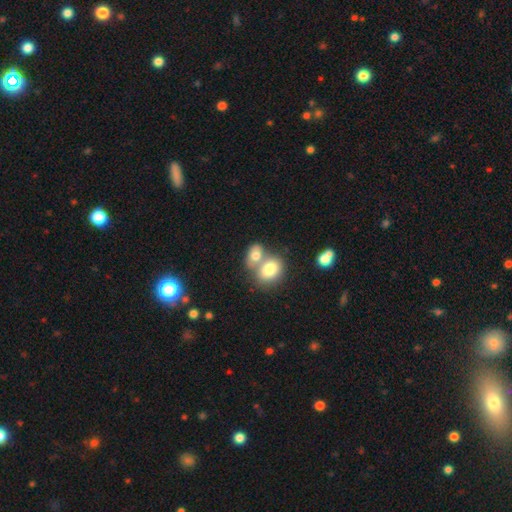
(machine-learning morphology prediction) A smooth galaxy with no disk features (76%) that is in between round and cigar-shaped (59%).

Vote fractions:
- Smooth or featured? smooth: 76% / featured or disk: 15% / star or artifact: 10%
- How rounded? in between: 59% / round: 39% / cigar-shaped: 1%
- Merging? merger: 59% / none: 29% / minor disturbance: 8% / major disturbance: 4%